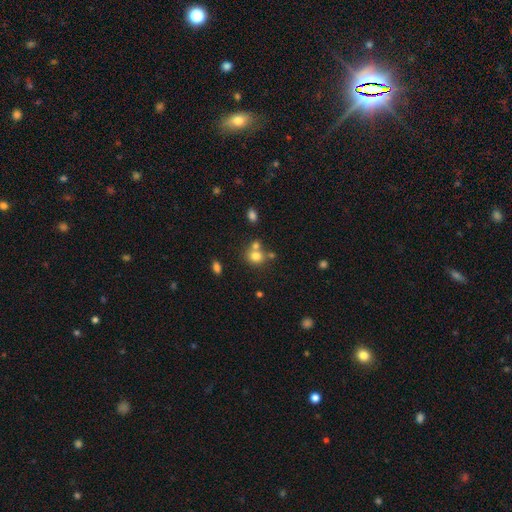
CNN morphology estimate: Overall: smooth (76%). How rounded: round (78%). Merging: none (51%; merger 35%).